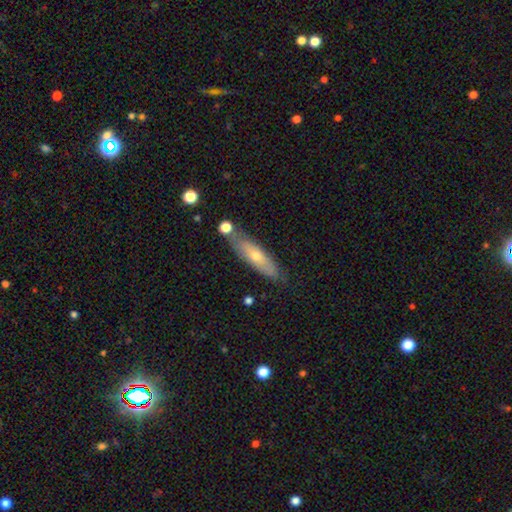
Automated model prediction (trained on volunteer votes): smooth_or_featured: smooth (p=0.53) [alt: featured or disk p=0.40]
how_rounded: cigar-shaped (p=0.70) [alt: in between p=0.28]
merging: none (p=0.72) [alt: minor disturbance p=0.16]